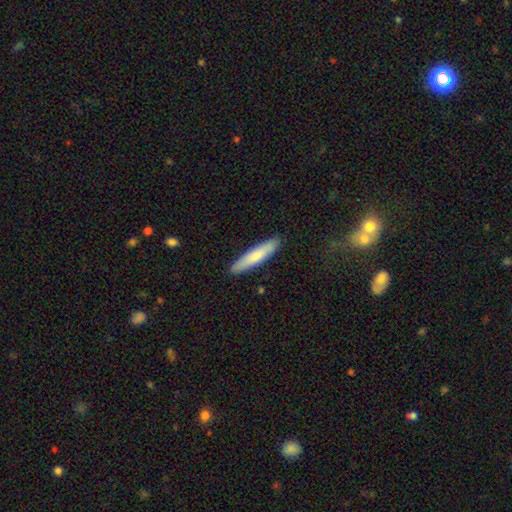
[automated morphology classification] Smooth or featured: smooth — 73% (featured or disk — 22%)
How rounded: cigar-shaped — 88% (in between — 10%)
Merging: none — 90% (minor disturbance — 8%)